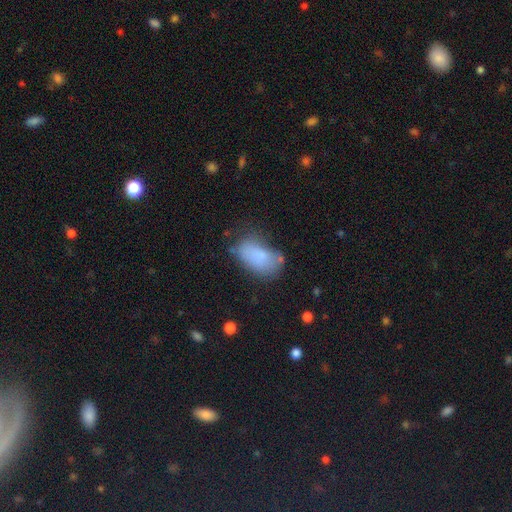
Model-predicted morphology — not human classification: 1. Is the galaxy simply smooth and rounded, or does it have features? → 78% smooth, 12% featured or disk, 9% star or artifact.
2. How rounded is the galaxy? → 92% in between, 6% round, 2% cigar-shaped.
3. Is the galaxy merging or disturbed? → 46% none, 30% minor disturbance, 16% major disturbance, 8% merger.